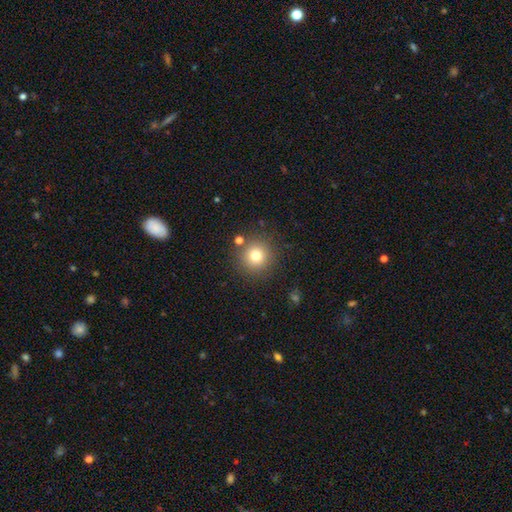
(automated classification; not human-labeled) Q: Smooth or featured?
A: smooth (78%); runner-up: star or artifact (13%)
Q: How rounded?
A: round (95%); runner-up: in between (4%)
Q: Merging?
A: none (85%); runner-up: minor disturbance (8%)